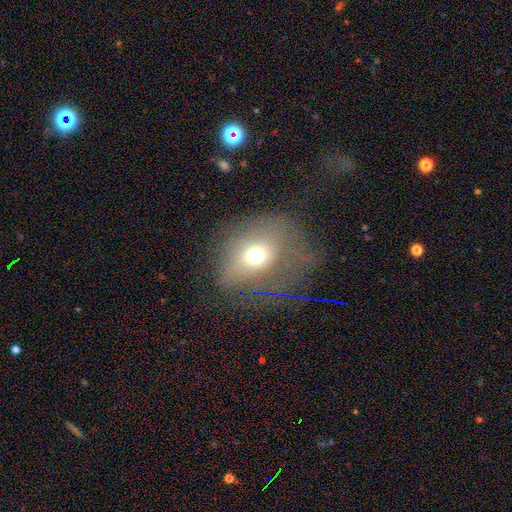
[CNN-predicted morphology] A smooth galaxy with no disk features (62%) that is round (50%).

Vote fractions:
- Smooth or featured? smooth: 62% / star or artifact: 19% / featured or disk: 19%
- How rounded? round: 50% / in between: 48% / cigar-shaped: 2%
- Merging? none: 44% / major disturbance: 31% / minor disturbance: 20% / merger: 5%